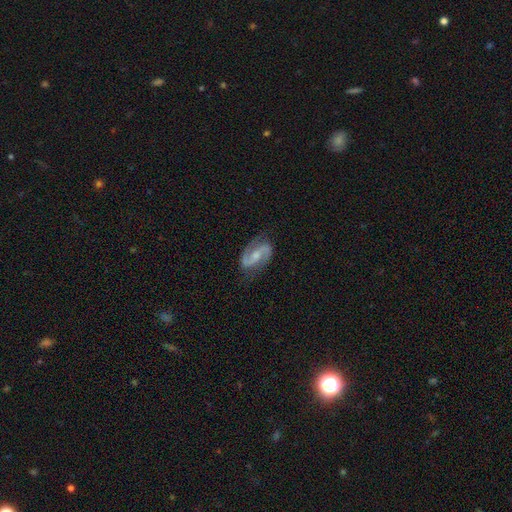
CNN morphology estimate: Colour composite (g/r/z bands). It shows a featured or disk galaxy (88%) with a weak bar (44%), 2 (94%) medium (53%) spiral arms (97%) and a moderate central bulge (46%). Merging: none (80%).